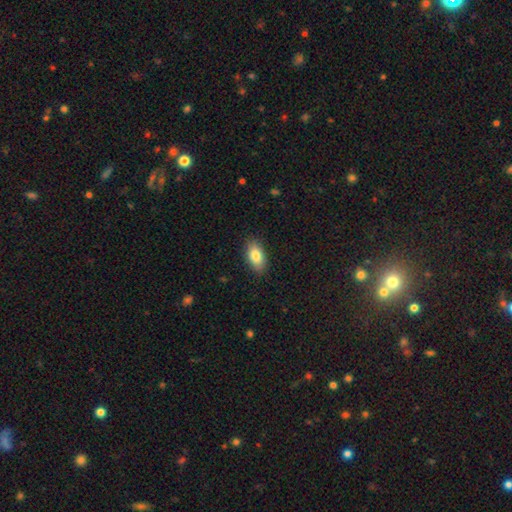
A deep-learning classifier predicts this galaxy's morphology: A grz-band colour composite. It shows a smooth galaxy with no disk features (82%) that is in between round and cigar-shaped (91%). Merging: none (87%).